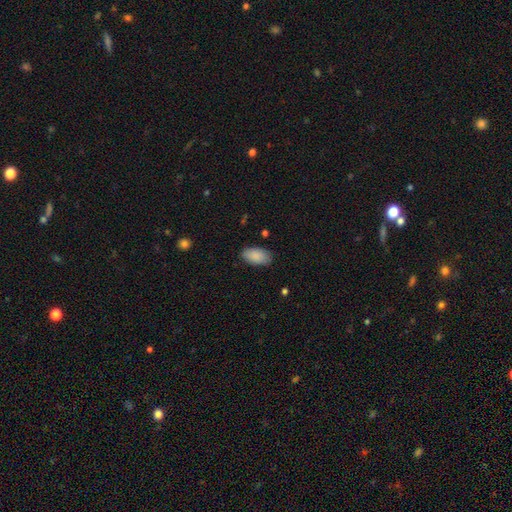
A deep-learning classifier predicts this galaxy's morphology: This appears to be a smooth galaxy with no disk features (89%) that is in between round and cigar-shaped (95%). Merging: none (83%).